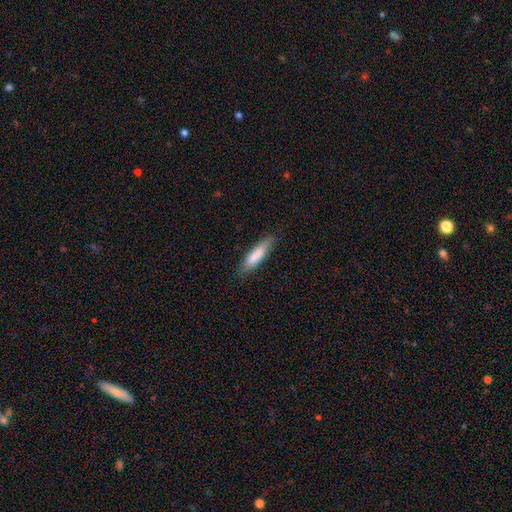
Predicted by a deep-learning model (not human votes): Smooth or featured? Predicted: smooth (p=0.81). How rounded? Predicted: cigar-shaped (p=0.71). Merging? Predicted: none (p=0.82).